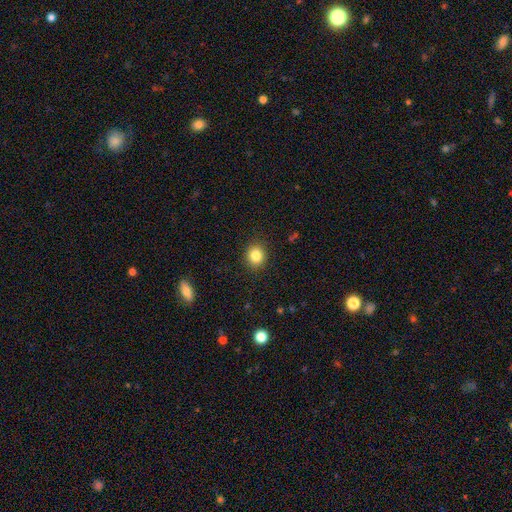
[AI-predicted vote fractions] Smooth or featured: smooth — 84% (star or artifact — 11%)
How rounded: round — 81% (in between — 18%)
Merging: none — 90% (minor disturbance — 7%)